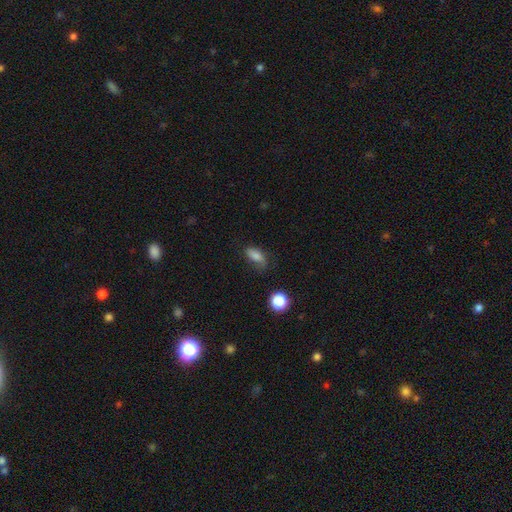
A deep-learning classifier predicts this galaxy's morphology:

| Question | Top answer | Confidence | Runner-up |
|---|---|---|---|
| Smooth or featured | smooth | 79% | star or artifact (11%) |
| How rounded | in between | 85% | round (8%) |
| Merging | none | 60% | minor disturbance (29%) |